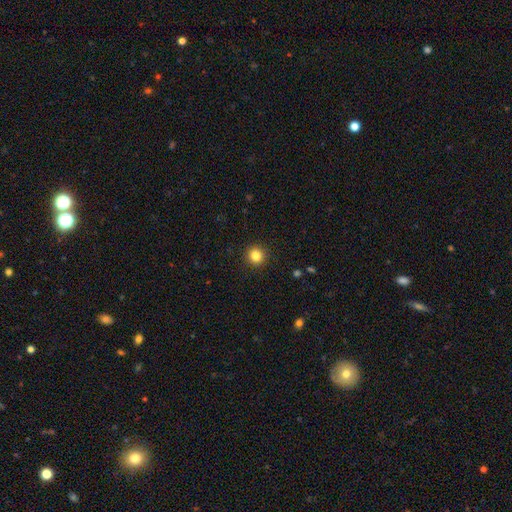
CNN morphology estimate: smooth-or-featured: smooth: 84% | star or artifact: 11% | featured or disk: 5%
  how-rounded: round: 93% | in between: 6% | cigar-shaped: 1%
  merging: none: 92% | minor disturbance: 5% | major disturbance: 2% | merger: 1%